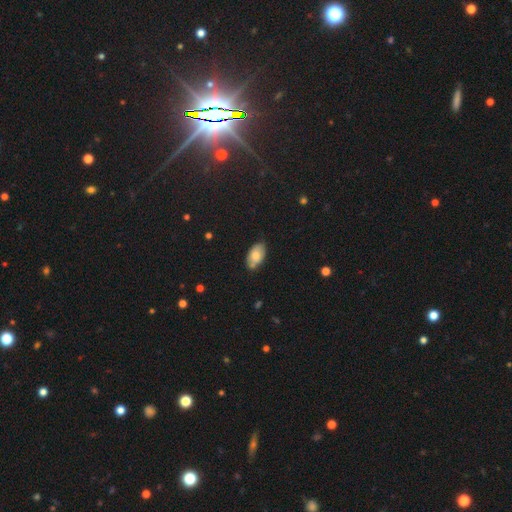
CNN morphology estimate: Smooth or featured? Predicted: smooth (p=0.73). How rounded? Predicted: in between (p=0.94). Merging? Predicted: none (p=0.70).